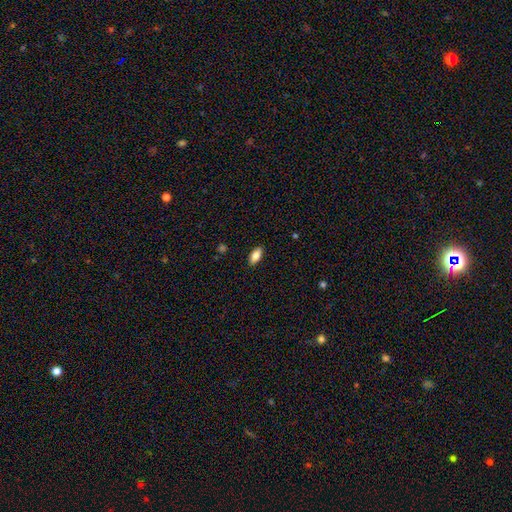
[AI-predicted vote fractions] Morphology: type=smooth (82%); roundness=in between (89%); merging=none (89%).